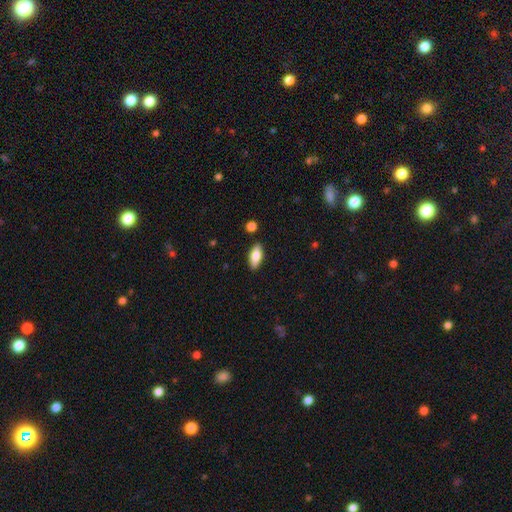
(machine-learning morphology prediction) This is likely a smooth galaxy (75%). How rounded: clearly in between (80%). Merging: clearly none (87%).